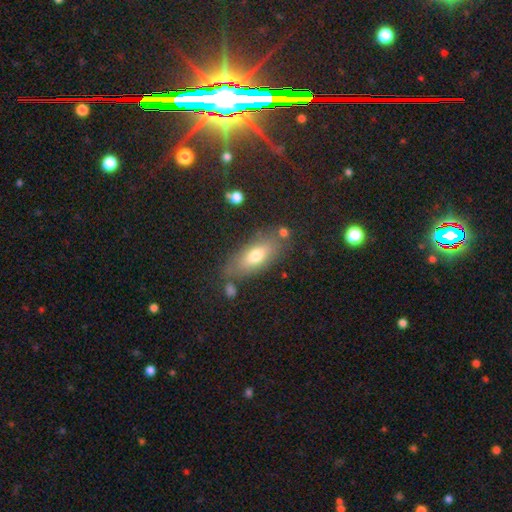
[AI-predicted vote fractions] Q: Smooth or featured?
A: smooth (70%); runner-up: featured or disk (21%)
Q: How rounded?
A: in between (78%); runner-up: cigar-shaped (18%)
Q: Merging?
A: none (75%); runner-up: minor disturbance (15%)